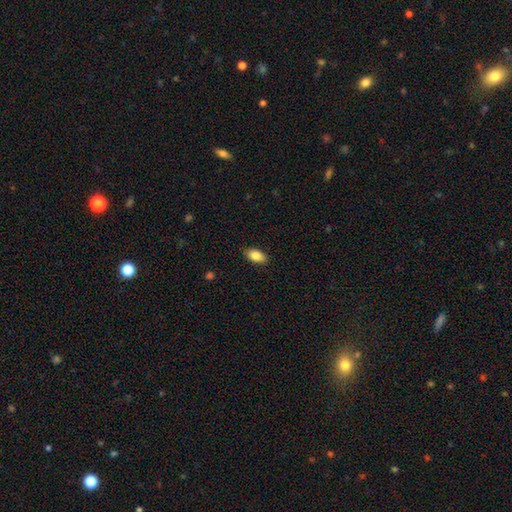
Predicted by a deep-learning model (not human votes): smooth_or_featured: smooth (p=0.85) [alt: featured or disk p=0.08]
how_rounded: in between (p=0.92) [alt: round p=0.04]
merging: none (p=0.88) [alt: minor disturbance p=0.09]